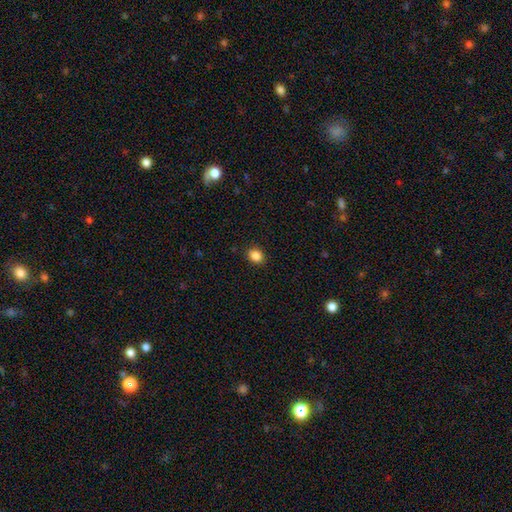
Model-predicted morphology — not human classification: Smooth or featured: smooth — 87% (star or artifact — 10%)
How rounded: in between — 53% (round — 46%)
Merging: none — 89% (minor disturbance — 8%)